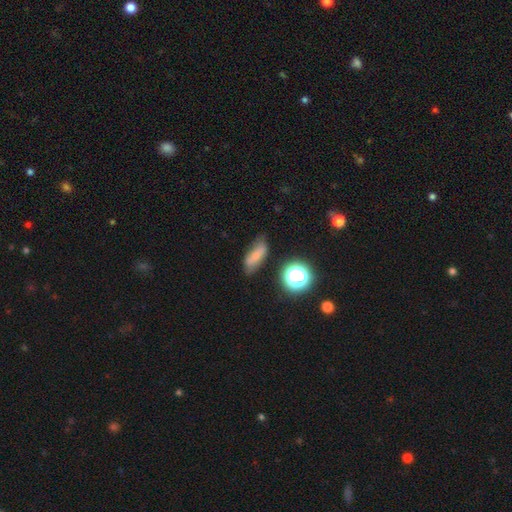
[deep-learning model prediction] Overall: smooth (66%). How rounded: in between (64%; cigar-shaped 26%). Merging: none (66%).